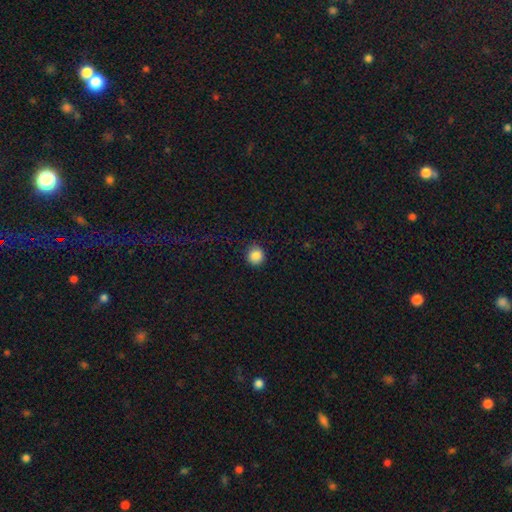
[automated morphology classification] A smooth galaxy with no disk features (87%) that is round (91%). Merging: none (89%).